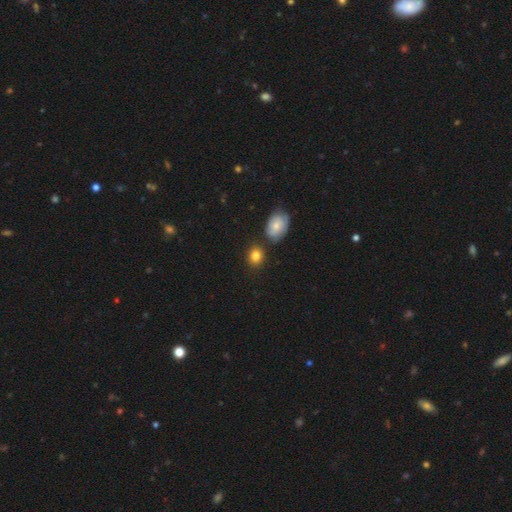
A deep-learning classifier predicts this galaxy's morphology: Overall: smooth (83%). How rounded: round (65%; in between 34%). Merging: none (78%).